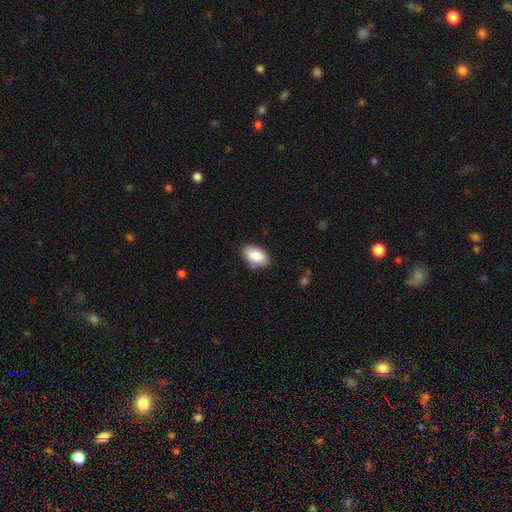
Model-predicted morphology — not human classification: This is clearly a smooth galaxy (87%). How rounded: clearly in between (93%). Merging: clearly none (84%).